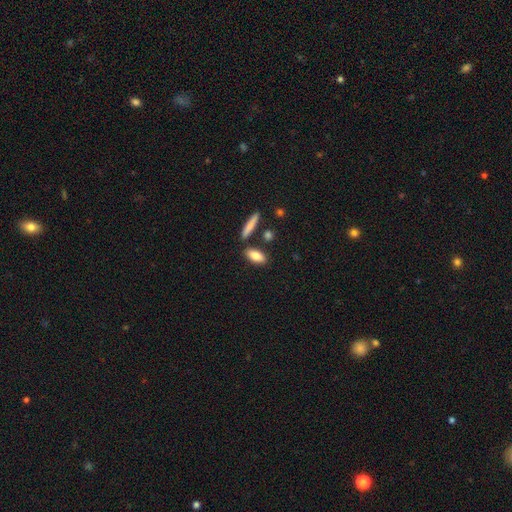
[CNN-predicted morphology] smooth 84%, featured or disk 10%, star or artifact 6%. Down the decision tree: how rounded — in between (74%); merging — none (77%).